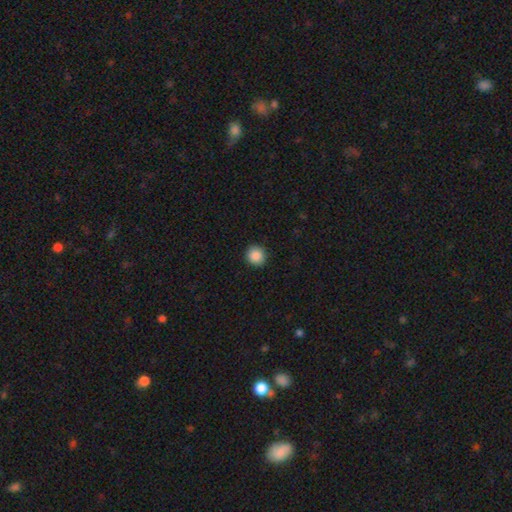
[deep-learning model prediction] This is clearly a smooth galaxy (89%). How rounded: clearly round (92%). Merging: clearly none (92%).